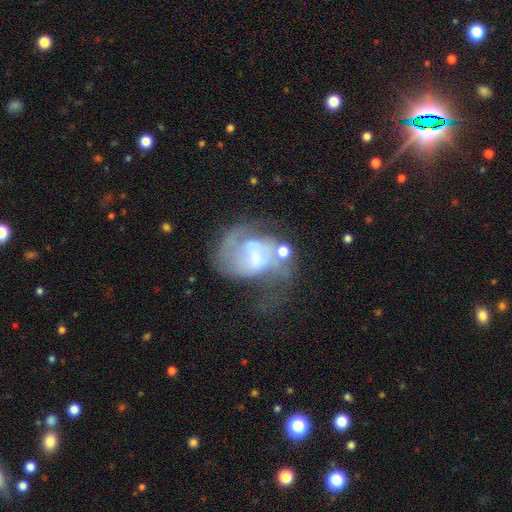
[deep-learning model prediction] Morphology: type=featured or disk (71%); edge-on=no (97%); bar=no (45%); spiral arms=yes (78%); winding=medium (43%); arm count=2 (56%); bulge=small (46%); merging=major disturbance (38%).